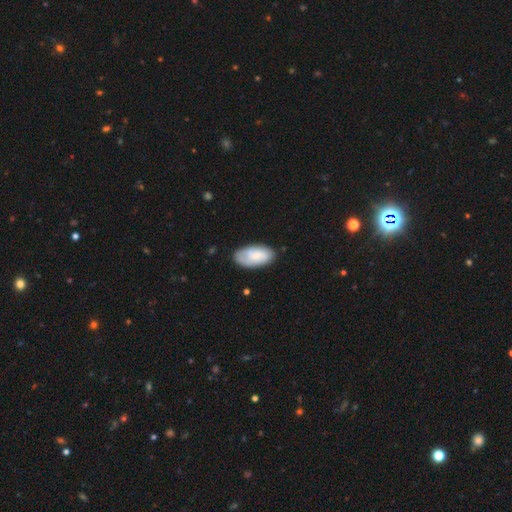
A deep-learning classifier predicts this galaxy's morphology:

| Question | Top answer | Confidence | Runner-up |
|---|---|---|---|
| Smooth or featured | smooth | 66% | featured or disk (28%) |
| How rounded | in between | 95% | cigar-shaped (3%) |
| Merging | none | 73% | minor disturbance (20%) |